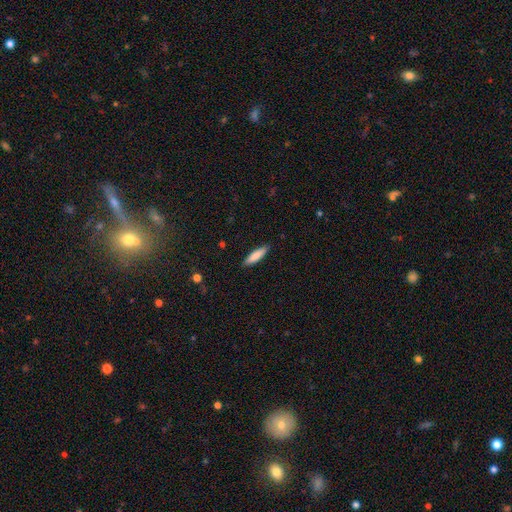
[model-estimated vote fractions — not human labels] Smooth or featured?
  - smooth: 83% *
  - featured or disk: 11%
  - star or artifact: 6%
How rounded?
  - cigar-shaped: 73% *
  - in between: 26%
  - round: 1%
Merging?
  - none: 89% *
  - minor disturbance: 8%
  - major disturbance: 2%
  - merger: 1%